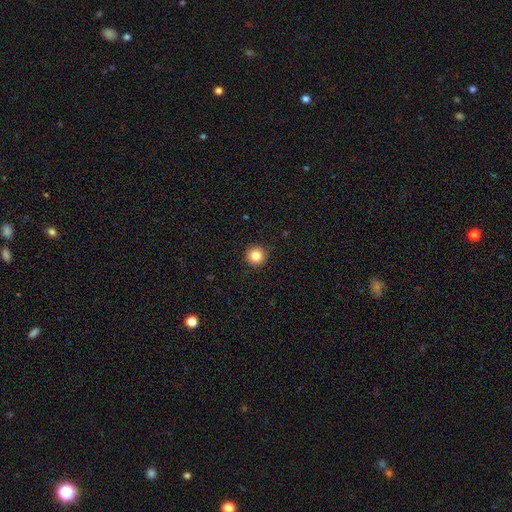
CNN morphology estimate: A smooth galaxy with no disk features (84%) that is round (96%). Merging: none (93%).